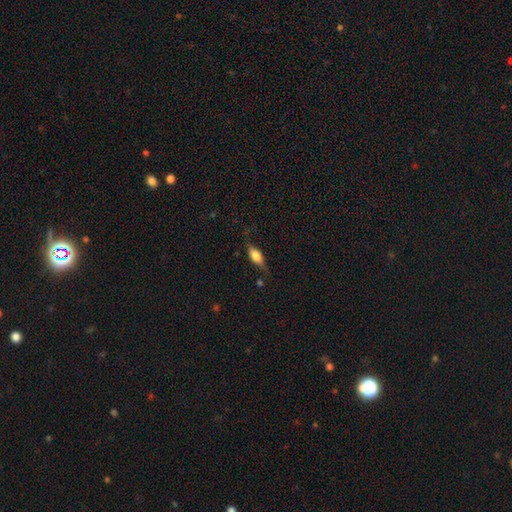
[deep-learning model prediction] smooth_or_featured: smooth (p=0.62) [alt: featured or disk p=0.30]
how_rounded: in between (p=0.75) [alt: cigar-shaped p=0.20]
merging: none (p=0.66) [alt: minor disturbance p=0.25]